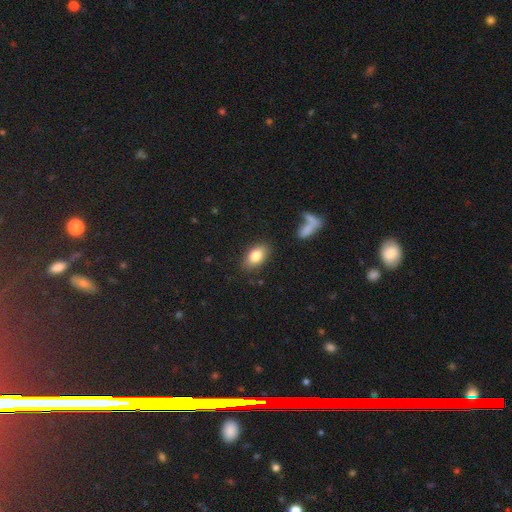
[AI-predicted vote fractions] smooth-or-featured: smooth: 82% | featured or disk: 10% | star or artifact: 8%
  how-rounded: in between: 88% | round: 9% | cigar-shaped: 2%
  merging: none: 84% | minor disturbance: 11% | major disturbance: 3% | merger: 2%